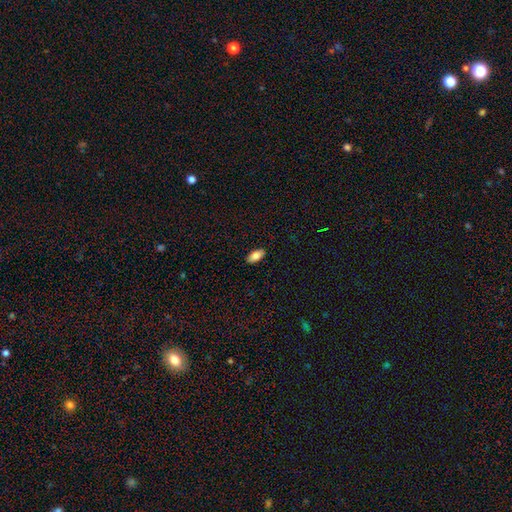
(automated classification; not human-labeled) Smooth or featured? Predicted: smooth (p=0.84). How rounded? Predicted: in between (p=0.93). Merging? Predicted: none (p=0.89).